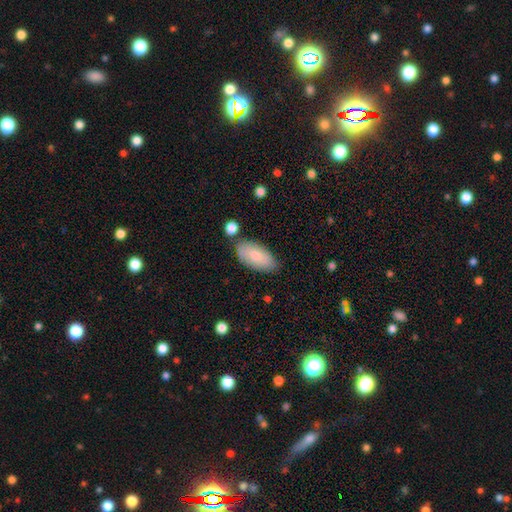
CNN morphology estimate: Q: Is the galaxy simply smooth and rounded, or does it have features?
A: smooth — 78%.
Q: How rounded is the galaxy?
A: in between — 93%.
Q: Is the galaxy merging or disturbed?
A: none — 76%.